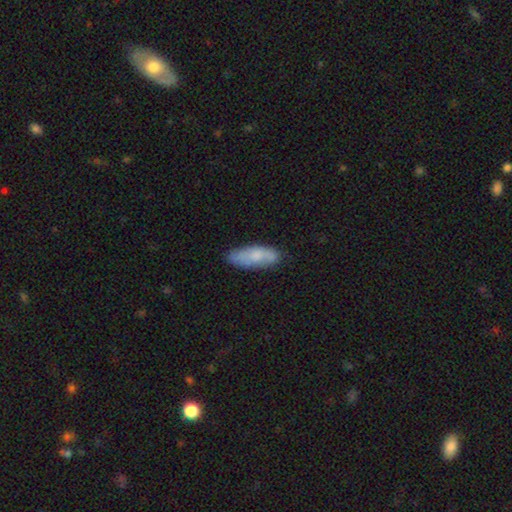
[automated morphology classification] The model was most divided on "how rounded": in between: 69%, cigar-shaped: 29%, round: 2%. More confident: merging — none (72%); smooth or featured — smooth (69%).